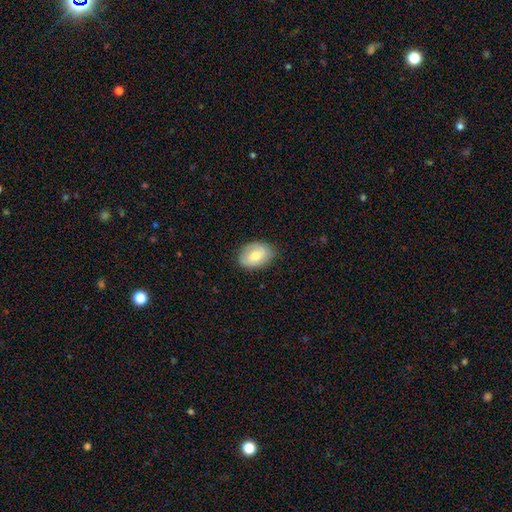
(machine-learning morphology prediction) A smooth galaxy with no disk features (65%) that is in between round and cigar-shaped (83%).

Vote fractions:
- Smooth or featured? smooth: 65% / featured or disk: 28% / star or artifact: 7%
- How rounded? in between: 83% / round: 15% / cigar-shaped: 1%
- Merging? none: 79% / minor disturbance: 16% / major disturbance: 4% / merger: 1%